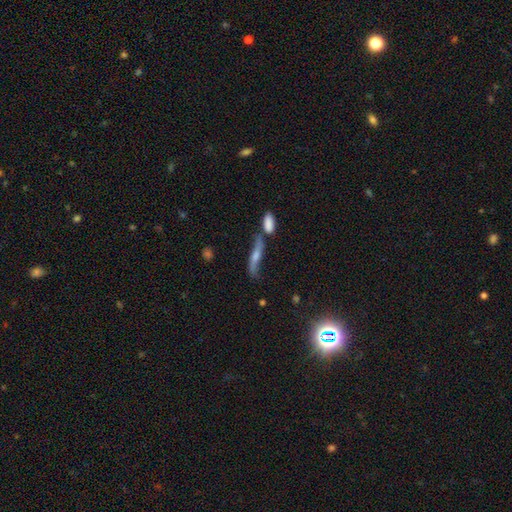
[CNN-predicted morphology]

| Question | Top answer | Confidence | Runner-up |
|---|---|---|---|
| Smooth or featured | featured or disk | 59% | smooth (29%) |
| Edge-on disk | yes | 63% | no (37%) |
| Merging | none | 51% | merger (21%) |